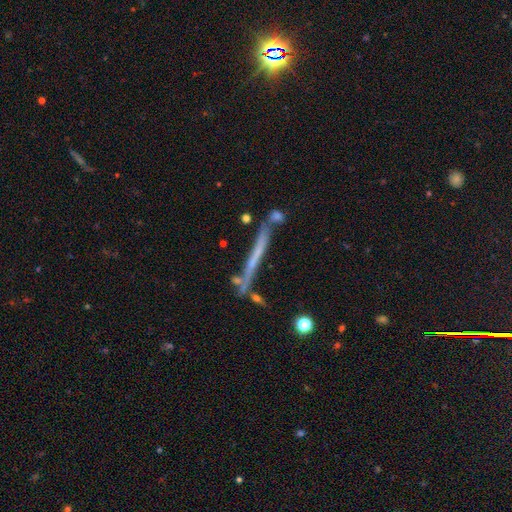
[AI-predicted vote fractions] The model was most divided on "smooth or featured": featured or disk: 56%, smooth: 32%, star or artifact: 12%. More confident: edge-on disk — yes (93%); edge-on bulge — none (83%); merging — none (72%).